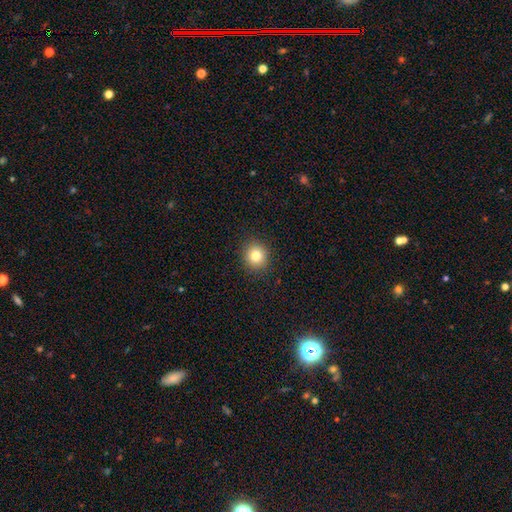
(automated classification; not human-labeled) A smooth galaxy with no disk features (81%) that is round (86%). Merging: none (91%).